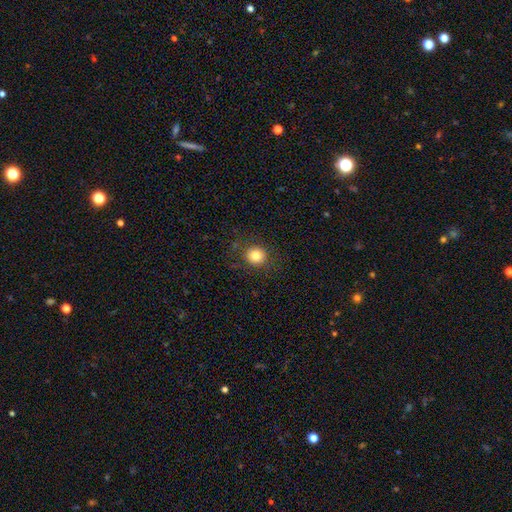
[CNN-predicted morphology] type=smooth (81%); roundness=round (90%); merging=none (87%).